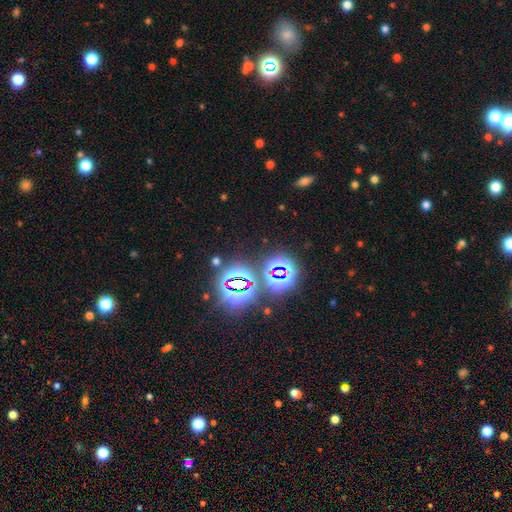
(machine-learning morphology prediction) star or artifact 79%, smooth 14%, featured or disk 7%.